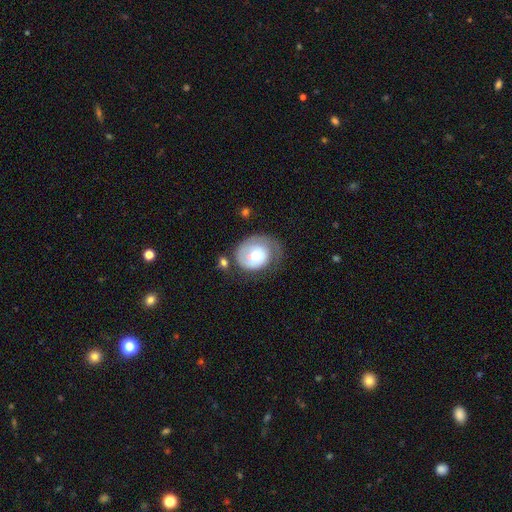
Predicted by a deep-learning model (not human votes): This is possibly a featured or disk galaxy (48%). Merging: marginally none (44%).